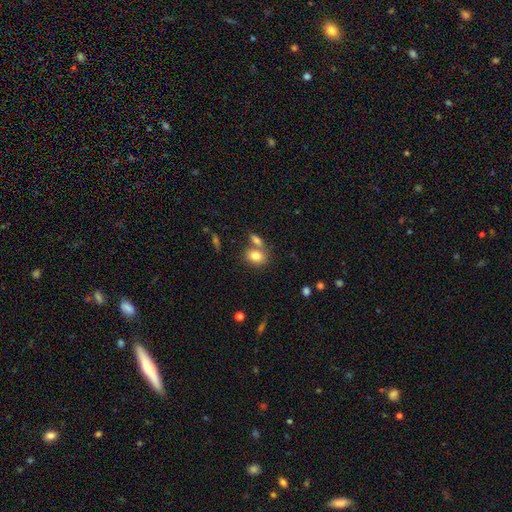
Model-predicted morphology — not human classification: Smooth or featured?
  - smooth: 80% *
  - featured or disk: 11%
  - star or artifact: 9%
How rounded?
  - in between: 70% *
  - round: 28%
  - cigar-shaped: 2%
Merging?
  - none: 51% *
  - merger: 33%
  - minor disturbance: 11%
  - major disturbance: 4%